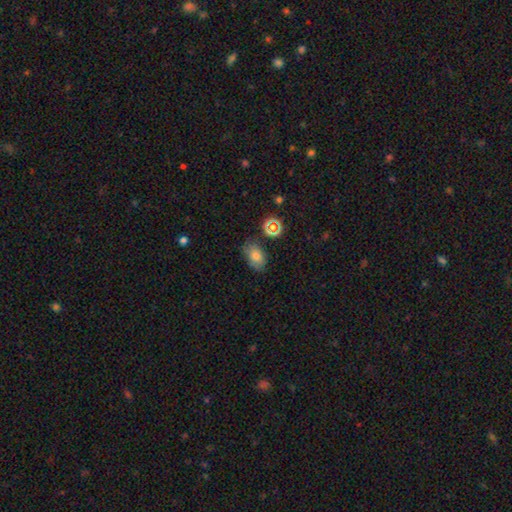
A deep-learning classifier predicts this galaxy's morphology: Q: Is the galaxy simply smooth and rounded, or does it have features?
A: smooth — 74%.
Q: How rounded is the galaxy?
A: in between — 85%.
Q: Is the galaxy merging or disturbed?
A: none — 72%.